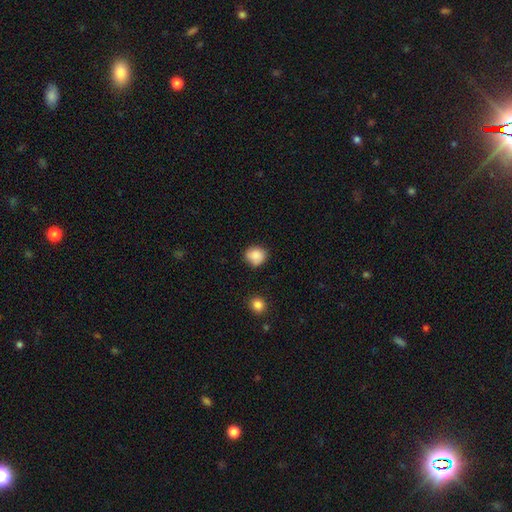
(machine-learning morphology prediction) smooth_or_featured: smooth (p=0.87) [alt: star or artifact p=0.09]
how_rounded: round (p=0.79) [alt: in between p=0.20]
merging: none (p=0.76) [alt: minor disturbance p=0.18]